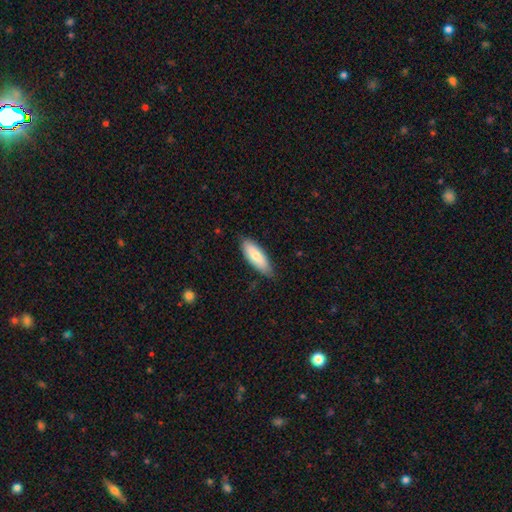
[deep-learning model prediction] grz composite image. It shows a smooth galaxy with no disk features (78%) that is in between round and cigar-shaped (68%). Merging: none (78%).